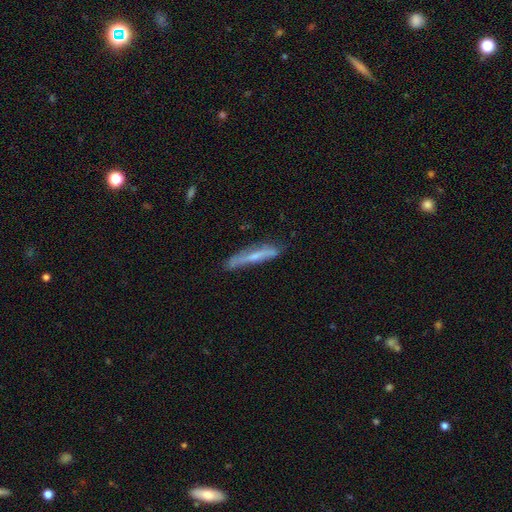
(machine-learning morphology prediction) featured or disk 51%, smooth 43%, star or artifact 7%. Down the decision tree: edge-on disk — yes (79%); merging — none (71%).